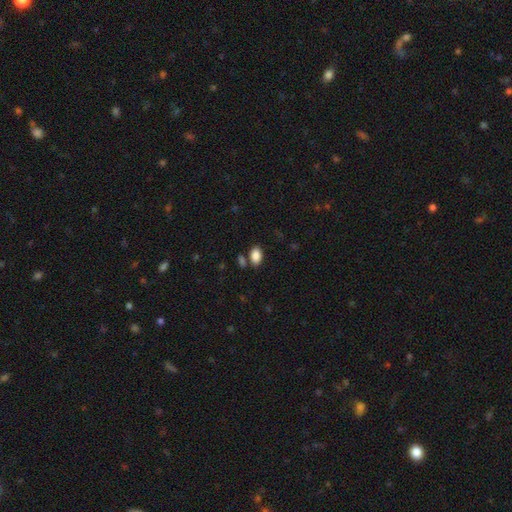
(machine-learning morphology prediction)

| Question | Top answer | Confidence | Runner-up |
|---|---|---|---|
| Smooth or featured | smooth | 88% | star or artifact (8%) |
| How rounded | in between | 90% | round (8%) |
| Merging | none | 75% | merger (11%) |